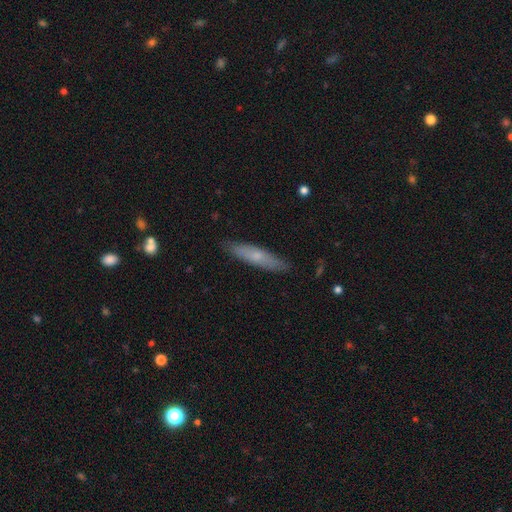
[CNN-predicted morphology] Overall: smooth (59%; featured or disk 35%). How rounded: cigar-shaped (84%). Merging: none (86%).